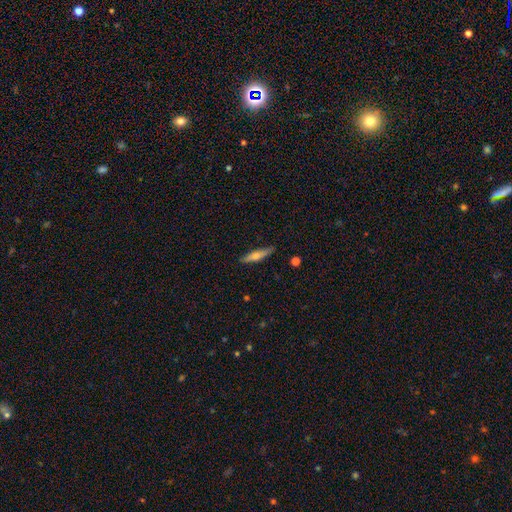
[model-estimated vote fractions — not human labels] Smooth or featured: smooth — 53% (featured or disk — 41%)
How rounded: cigar-shaped — 84% (in between — 14%)
Merging: none — 86% (minor disturbance — 10%)